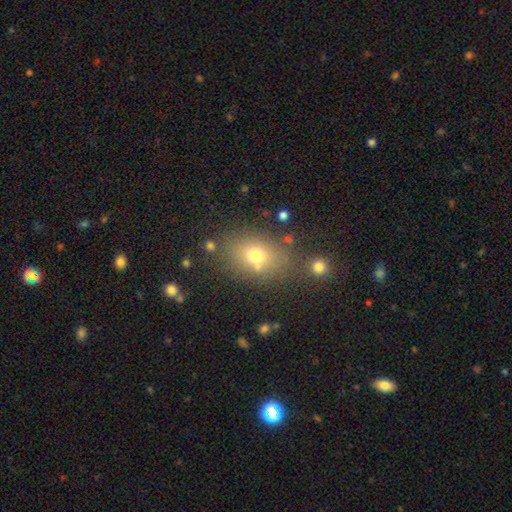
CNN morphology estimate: This appears to be a smooth galaxy with no disk features (69%) that is in between round and cigar-shaped (64%). Merging: none (72%).